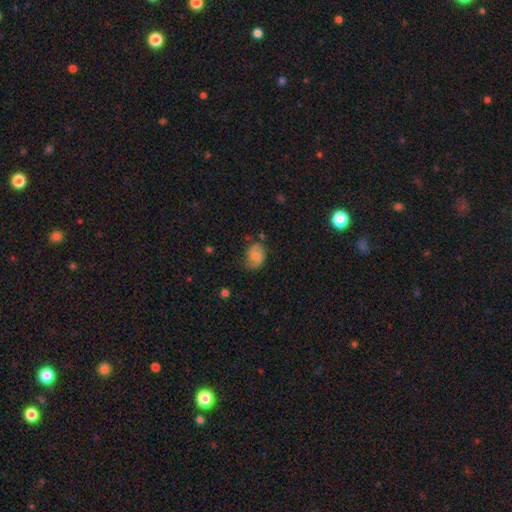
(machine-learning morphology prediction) type=smooth (49%); merging=none (62%).